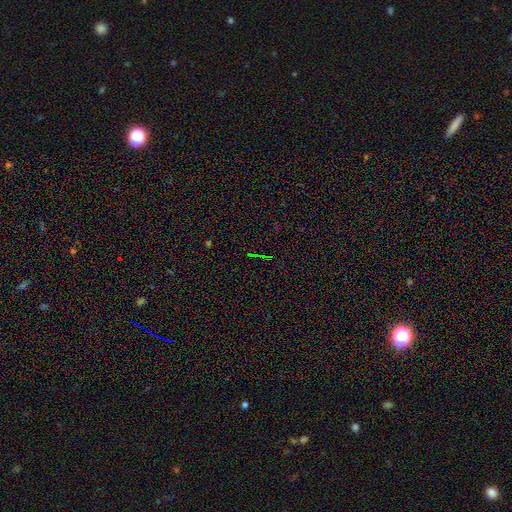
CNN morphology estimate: type=star or artifact (76%).